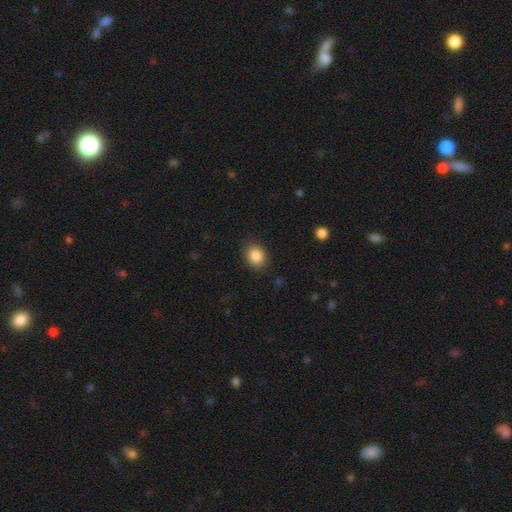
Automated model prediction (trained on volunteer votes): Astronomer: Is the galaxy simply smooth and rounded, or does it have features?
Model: smooth — 86%.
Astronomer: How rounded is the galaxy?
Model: round — 56% (runner-up: in between, 44%).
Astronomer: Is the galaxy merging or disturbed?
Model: none — 87%.